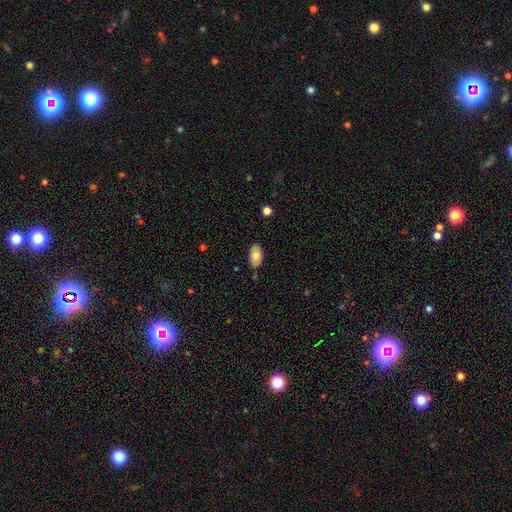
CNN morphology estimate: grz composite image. It shows a smooth galaxy with no disk features (72%) that is in between round and cigar-shaped (94%). Merging: none (84%).